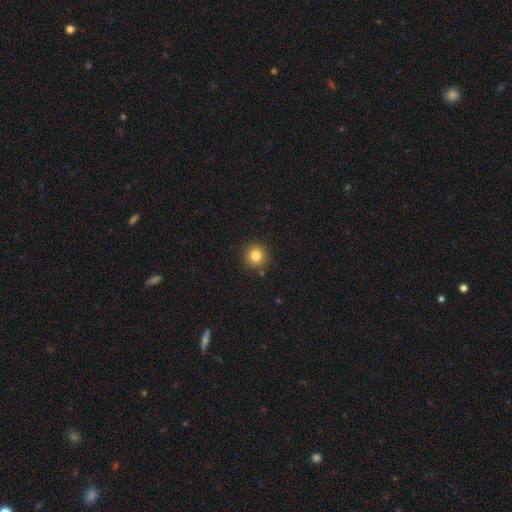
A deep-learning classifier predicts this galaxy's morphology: Overall: smooth (81%). How rounded: round (94%). Merging: none (90%).